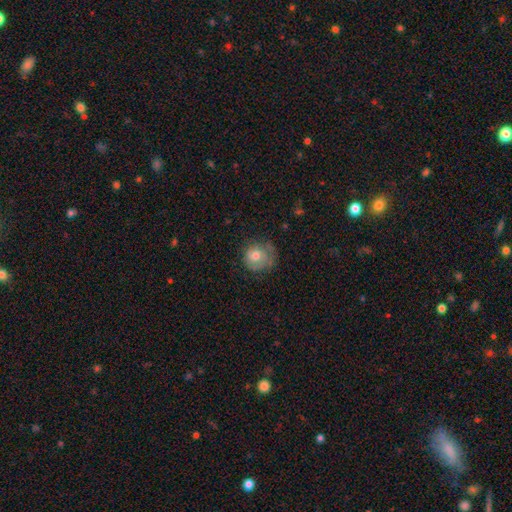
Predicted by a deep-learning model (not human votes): smooth_or_featured: smooth (p=0.61) [alt: featured or disk p=0.31]
how_rounded: round (p=0.83) [alt: in between p=0.16]
merging: none (p=0.57) [alt: minor disturbance p=0.27]